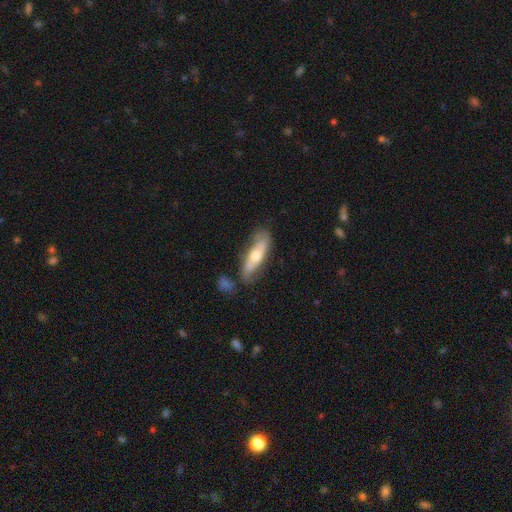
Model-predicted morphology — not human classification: Smooth or featured?
  - featured or disk: 53% *
  - smooth: 41%
  - star or artifact: 6%
Edge-on disk?
  - no: 59% *
  - yes: 41%
Merging?
  - none: 70% *
  - minor disturbance: 20%
  - major disturbance: 6%
  - merger: 4%